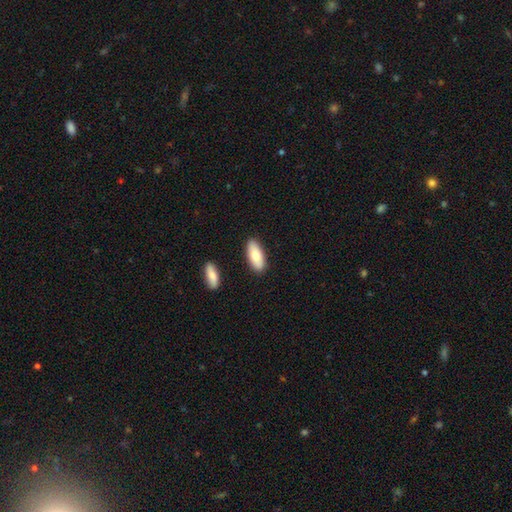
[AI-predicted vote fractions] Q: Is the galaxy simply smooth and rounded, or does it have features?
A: smooth — 81%.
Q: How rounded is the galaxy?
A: in between — 82%.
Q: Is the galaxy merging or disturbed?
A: none — 86%.